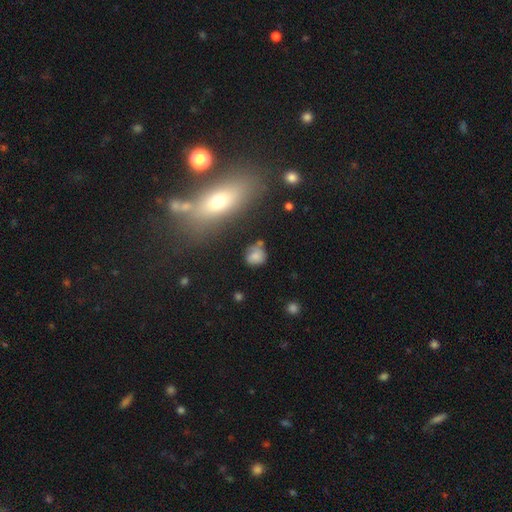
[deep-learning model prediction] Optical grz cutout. It shows a smooth galaxy with no disk features (75%) that is round (68%). Merging: none (62%).